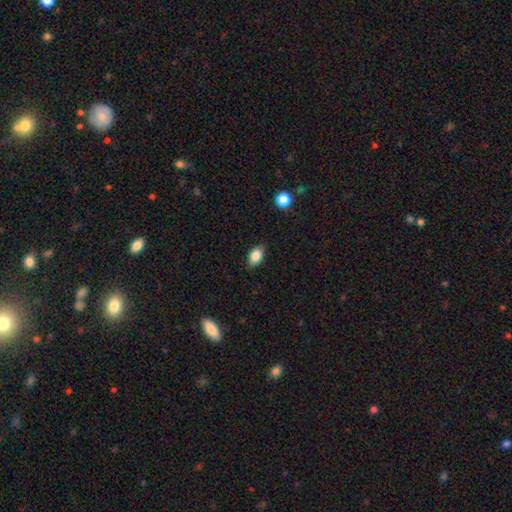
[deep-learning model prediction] Smooth or featured? smooth (85%)
How rounded? in between (86%)
Merging? none (84%)